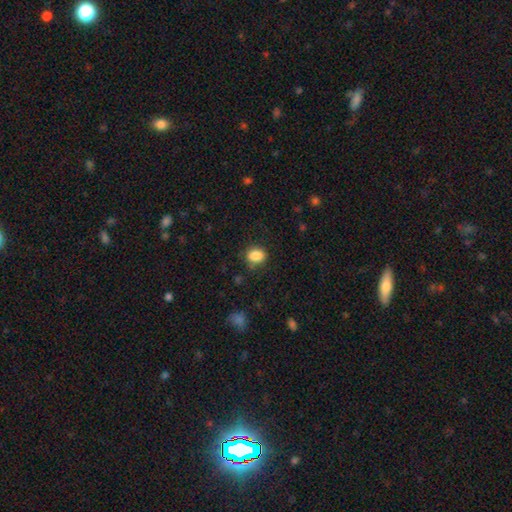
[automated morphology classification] smooth_or_featured: smooth (p=0.87) [alt: star or artifact p=0.09]
how_rounded: in between (p=0.57) [alt: round p=0.42]
merging: none (p=0.77) [alt: minor disturbance p=0.16]